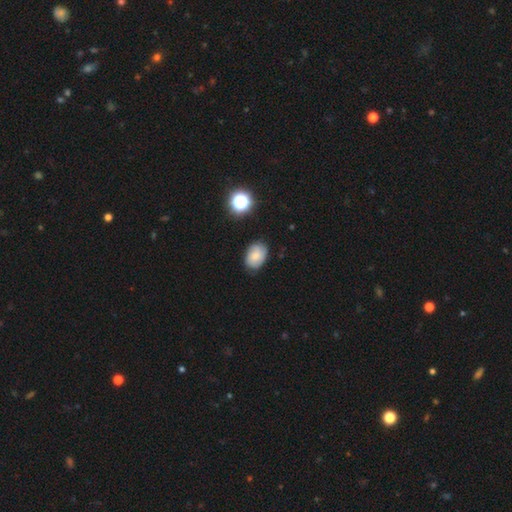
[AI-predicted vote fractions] Overall: smooth (69%). How rounded: in between (76%). Merging: none (77%).